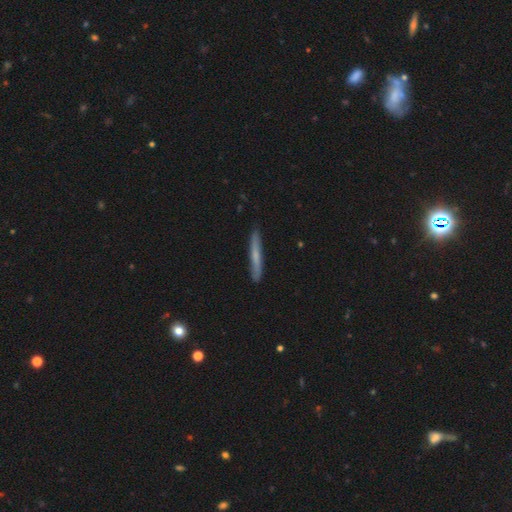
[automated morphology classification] smooth-or-featured: smooth: 58% | featured or disk: 36% | star or artifact: 6%
  how-rounded: cigar-shaped: 96% | in between: 3% | round: 1%
  merging: none: 87% | minor disturbance: 10% | major disturbance: 2% | merger: 1%